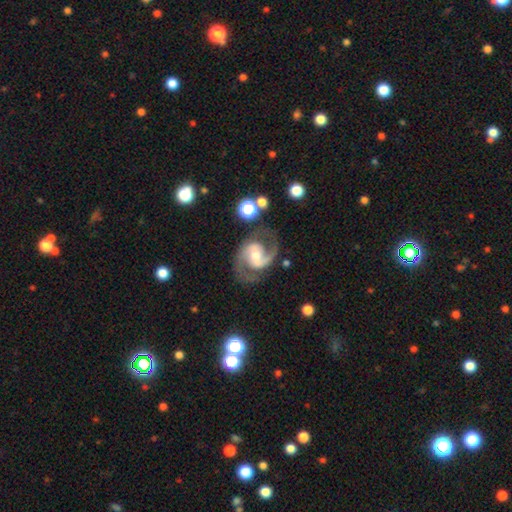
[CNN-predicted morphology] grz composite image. It shows a featured or disk galaxy (89%) with a weak bar (45%), 2 (91%) medium (61%) spiral arms (97%) and a moderate central bulge (61%). Merging: none (72%).